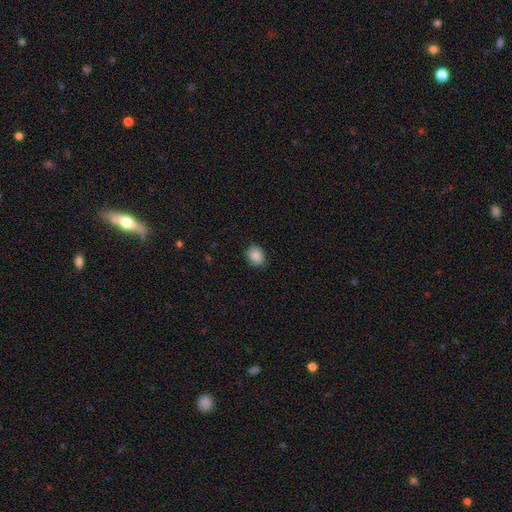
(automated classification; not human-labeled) This is clearly a smooth galaxy (87%). How rounded: possibly round (59%). Merging: clearly none (85%).